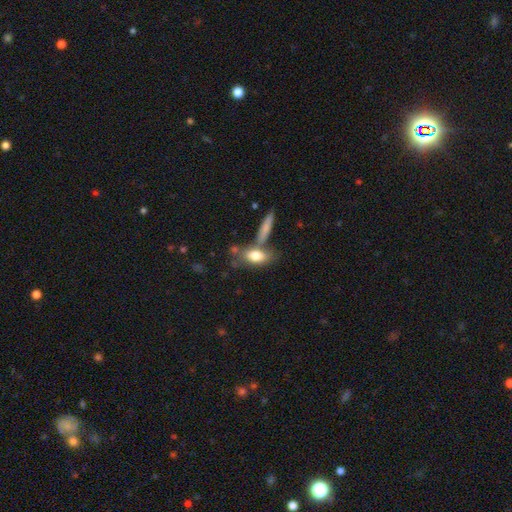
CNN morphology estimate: The model was most divided on "merging": none: 53%, merger: 26%, minor disturbance: 14%, major disturbance: 6%. More confident: how rounded — in between (77%); smooth or featured — smooth (75%).